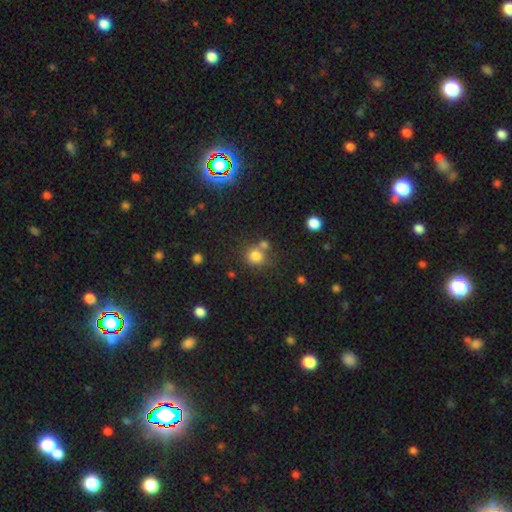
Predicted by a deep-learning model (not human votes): smooth_or_featured: smooth (p=0.79) [alt: star or artifact p=0.14]
how_rounded: round (p=0.86) [alt: in between p=0.13]
merging: none (p=0.61) [alt: merger p=0.24]